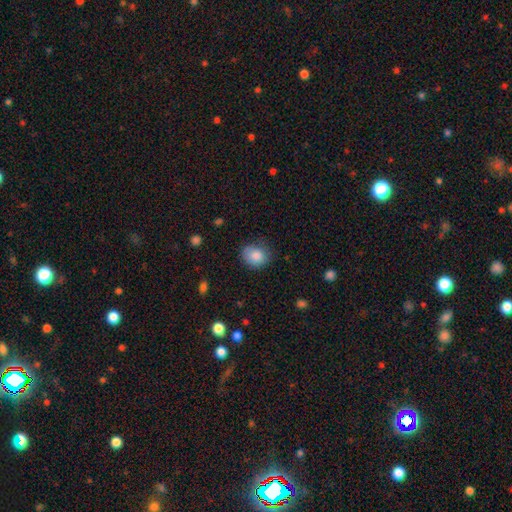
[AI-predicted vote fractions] Smooth or featured? smooth (85%)
How rounded? round (60%)
Merging? none (71%)